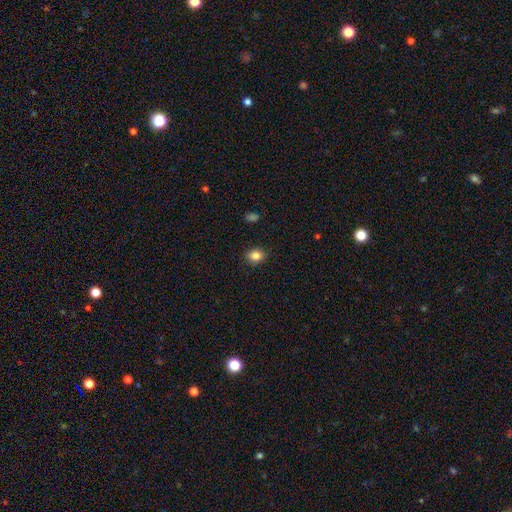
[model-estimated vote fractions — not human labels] Smooth or featured? Predicted: smooth (p=0.84). How rounded? Predicted: in between (p=0.53). Merging? Predicted: none (p=0.86).